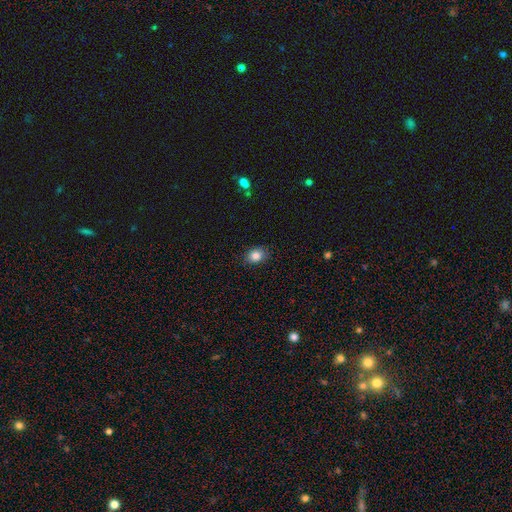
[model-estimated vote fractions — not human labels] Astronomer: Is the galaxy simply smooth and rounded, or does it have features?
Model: smooth — 84%.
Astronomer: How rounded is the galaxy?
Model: in between — 55% (runner-up: round, 44%).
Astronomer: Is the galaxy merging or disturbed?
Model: none — 86%.